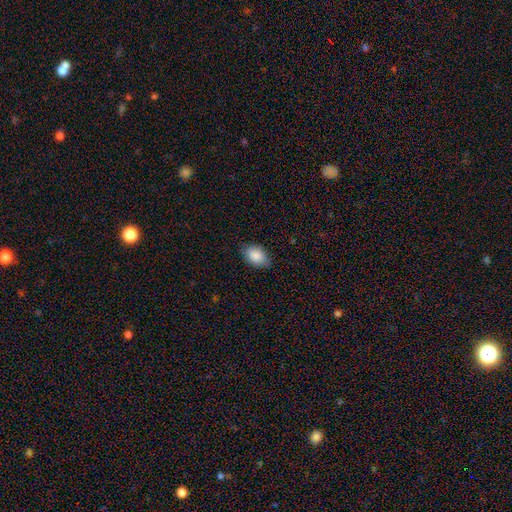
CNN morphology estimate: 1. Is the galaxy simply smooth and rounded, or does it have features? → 87% smooth, 7% star or artifact, 6% featured or disk.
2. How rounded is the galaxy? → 89% in between, 9% round, 1% cigar-shaped.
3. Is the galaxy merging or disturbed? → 79% none, 17% minor disturbance, 3% major disturbance, 1% merger.